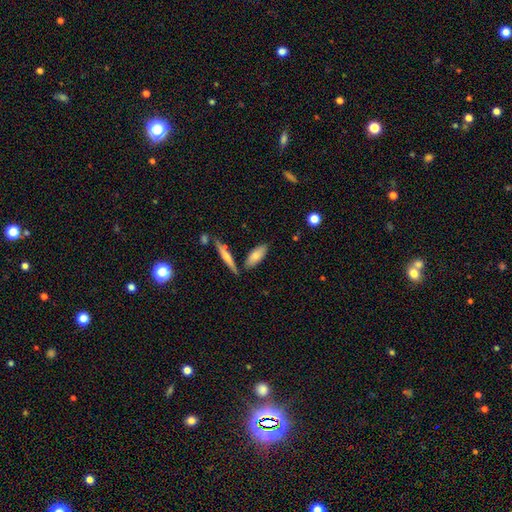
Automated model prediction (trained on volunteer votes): Smooth or featured: smooth — 74% (featured or disk — 20%)
How rounded: in between — 69% (cigar-shaped — 29%)
Merging: none — 74% (minor disturbance — 13%)